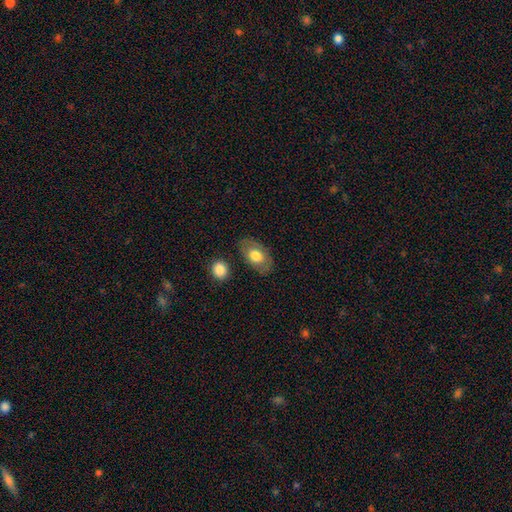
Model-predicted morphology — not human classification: smooth 69%, featured or disk 24%, star or artifact 6%. Down the decision tree: how rounded — in between (88%); merging — none (77%).